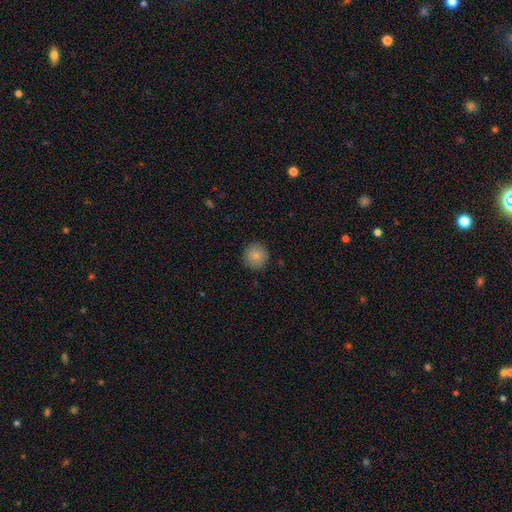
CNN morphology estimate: Smooth or featured?
  - smooth: 82% *
  - featured or disk: 9%
  - star or artifact: 9%
How rounded?
  - round: 93% *
  - in between: 6%
  - cigar-shaped: 1%
Merging?
  - none: 88% *
  - minor disturbance: 9%
  - major disturbance: 2%
  - merger: 1%